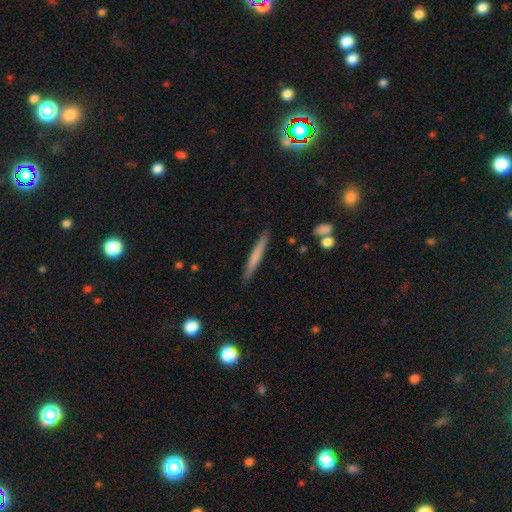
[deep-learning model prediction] smooth_or_featured: smooth (p=0.65) [alt: featured or disk p=0.30]
how_rounded: cigar-shaped (p=0.96) [alt: in between p=0.03]
merging: none (p=0.89) [alt: minor disturbance p=0.08]